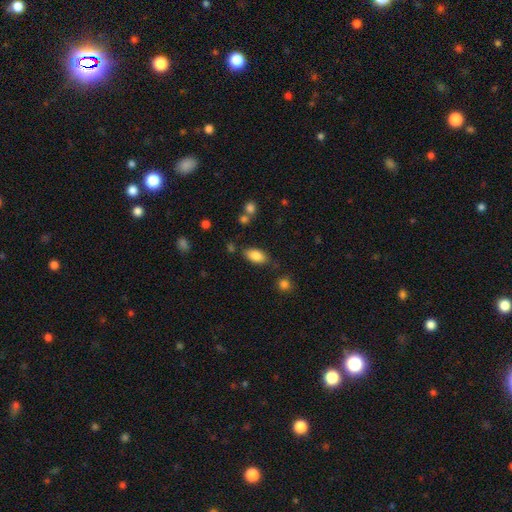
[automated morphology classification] A smooth galaxy with no disk features (84%) that is in between round and cigar-shaped (92%).

Vote fractions:
- Smooth or featured? smooth: 84% / featured or disk: 8% / star or artifact: 8%
- How rounded? in between: 92% / cigar-shaped: 4% / round: 4%
- Merging? none: 79% / minor disturbance: 14% / merger: 4% / major disturbance: 4%